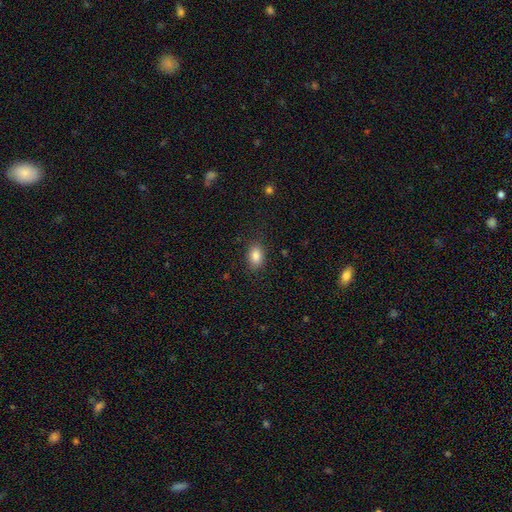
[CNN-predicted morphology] smooth-or-featured: smooth: 86% | star or artifact: 9% | featured or disk: 5%
  how-rounded: in between: 82% | round: 17% | cigar-shaped: 2%
  merging: none: 85% | minor disturbance: 11% | major disturbance: 3% | merger: 1%